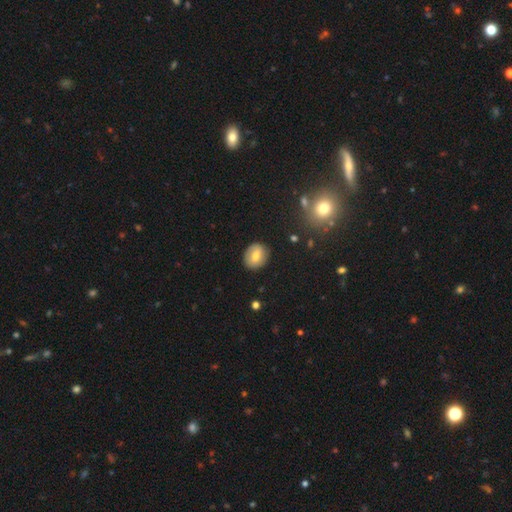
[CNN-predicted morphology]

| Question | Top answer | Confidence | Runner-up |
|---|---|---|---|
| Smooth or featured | smooth | 69% | featured or disk (23%) |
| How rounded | round | 57% | in between (41%) |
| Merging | none | 85% | minor disturbance (11%) |